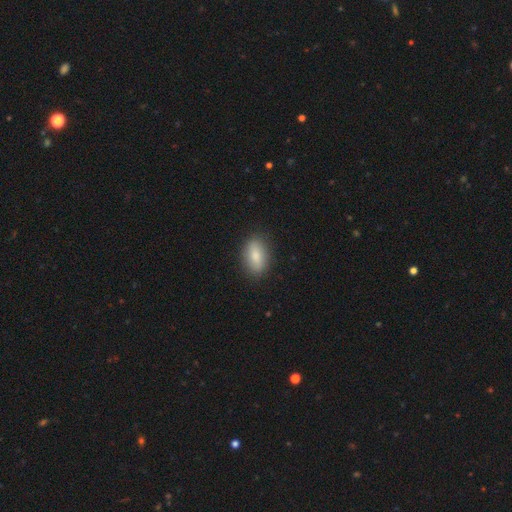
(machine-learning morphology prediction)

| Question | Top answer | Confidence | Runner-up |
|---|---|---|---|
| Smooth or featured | smooth | 82% | featured or disk (11%) |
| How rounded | in between | 87% | round (7%) |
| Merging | none | 86% | minor disturbance (10%) |